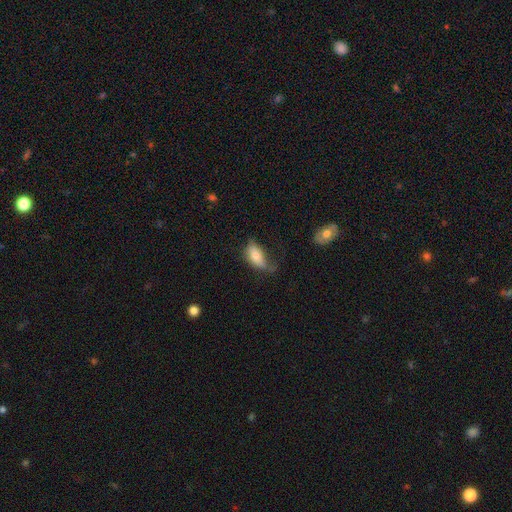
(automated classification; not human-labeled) A smooth galaxy with no disk features (73%) that is in between round and cigar-shaped (89%).

Vote fractions:
- Smooth or featured? smooth: 73% / featured or disk: 20% / star or artifact: 7%
- How rounded? in between: 89% / cigar-shaped: 6% / round: 4%
- Merging? minor disturbance: 34% / major disturbance: 33% / none: 29% / merger: 4%